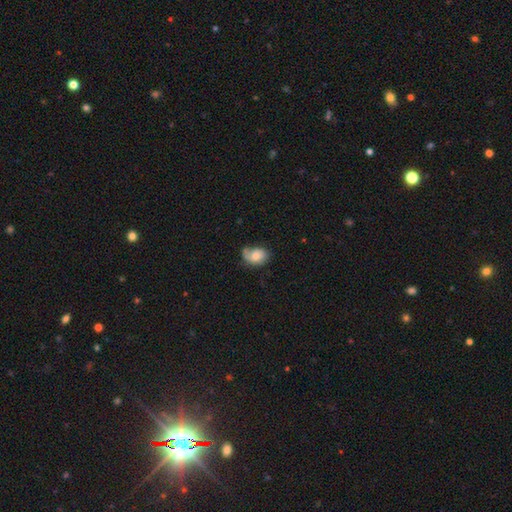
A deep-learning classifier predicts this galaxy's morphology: Overall: smooth (63%; featured or disk 28%). How rounded: in between (69%; round 30%). Merging: none (44%; minor disturbance 32%).